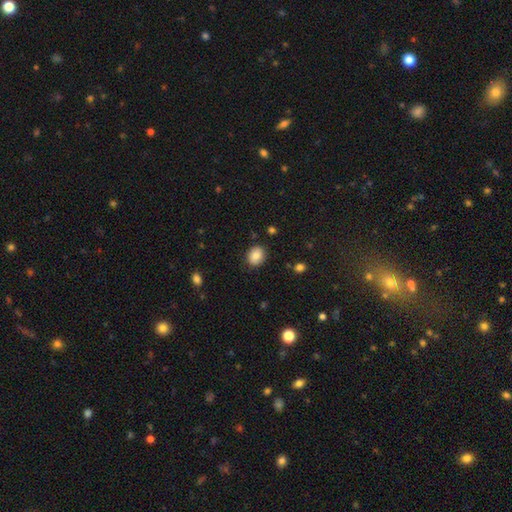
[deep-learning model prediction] This is clearly a smooth galaxy (85%). How rounded: possibly round (56%). Merging: clearly none (87%).